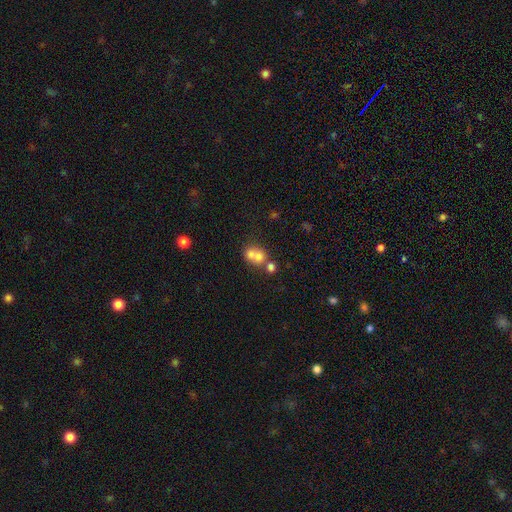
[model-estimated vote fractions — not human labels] This appears to be a smooth galaxy with no disk features (68%) that is round (69%). Merging: merger (62%).